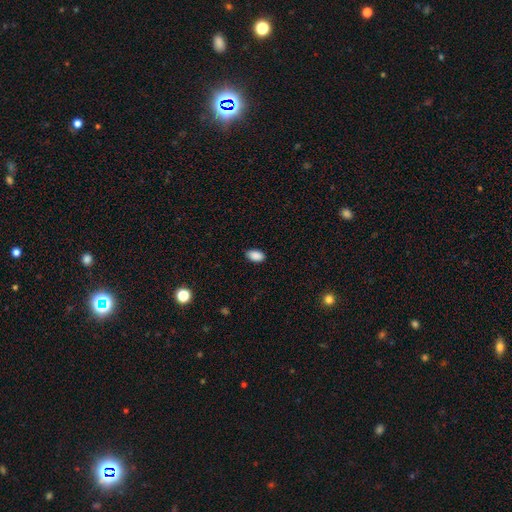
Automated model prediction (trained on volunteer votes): The model was most divided on "merging": none: 82%, minor disturbance: 15%, major disturbance: 2%, merger: 1%. More confident: how rounded — in between (92%); smooth or featured — smooth (89%).